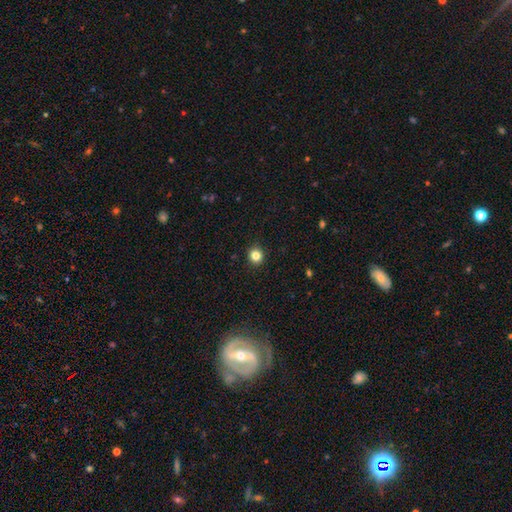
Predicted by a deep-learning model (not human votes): Smooth or featured? Predicted: smooth (p=0.83). How rounded? Predicted: round (p=0.90). Merging? Predicted: none (p=0.92).